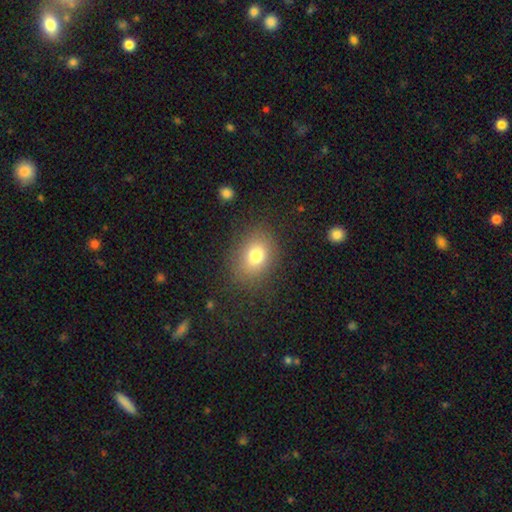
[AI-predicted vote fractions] A smooth galaxy with no disk features (77%) that is in between round and cigar-shaped (60%). Merging: none (82%).